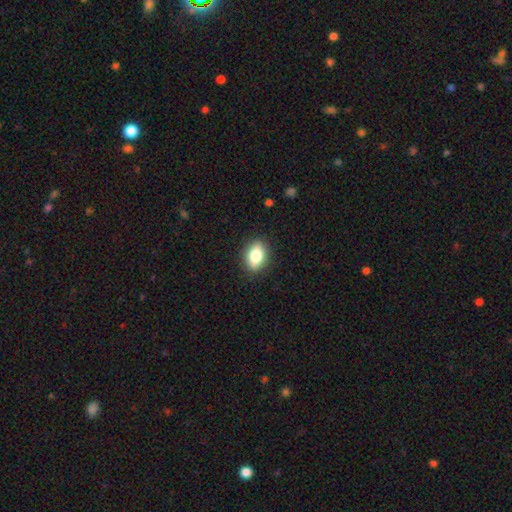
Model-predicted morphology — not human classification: Overall: smooth (78%). How rounded: in between (80%). Merging: none (88%).